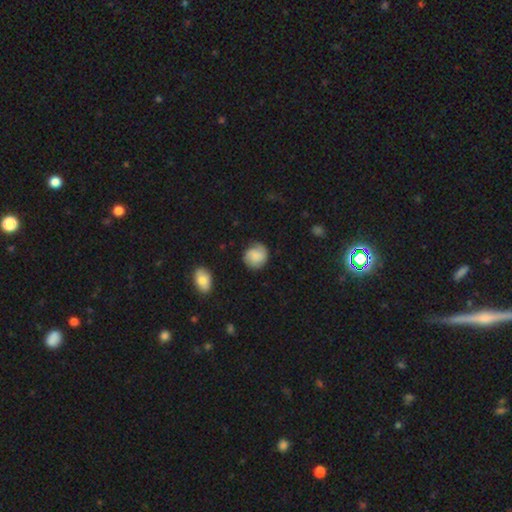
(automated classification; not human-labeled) Q: Smooth or featured?
A: smooth (66%); runner-up: featured or disk (26%)
Q: How rounded?
A: round (82%); runner-up: in between (17%)
Q: Merging?
A: none (74%); runner-up: minor disturbance (19%)